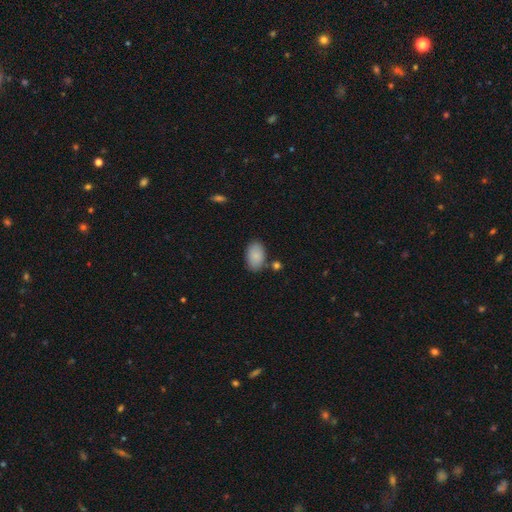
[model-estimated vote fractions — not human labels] A smooth galaxy with no disk features (88%) that is in between round and cigar-shaped (92%). Merging: none (80%).